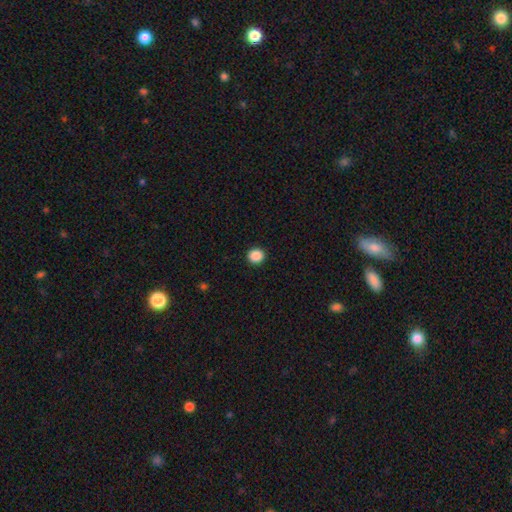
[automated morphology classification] Smooth or featured? smooth (88%)
How rounded? round (90%)
Merging? none (93%)